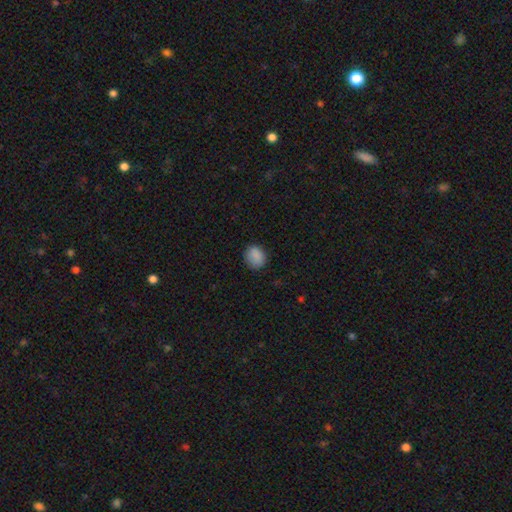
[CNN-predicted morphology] Overall: smooth (87%). How rounded: round (69%; in between 30%). Merging: none (82%).